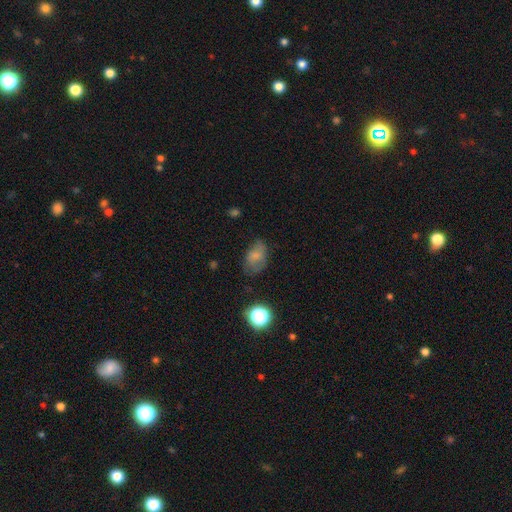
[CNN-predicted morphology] This appears to be a smooth galaxy with no disk features (69%) that is in between round and cigar-shaped (83%). Merging: none (52%).